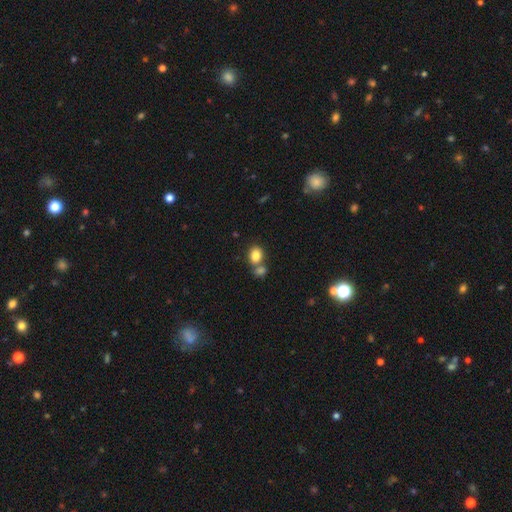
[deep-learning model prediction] The model was most divided on "how rounded": in between: 53%, round: 46%, cigar-shaped: 1%. More confident: smooth or featured — smooth (83%); merging — none (50%).